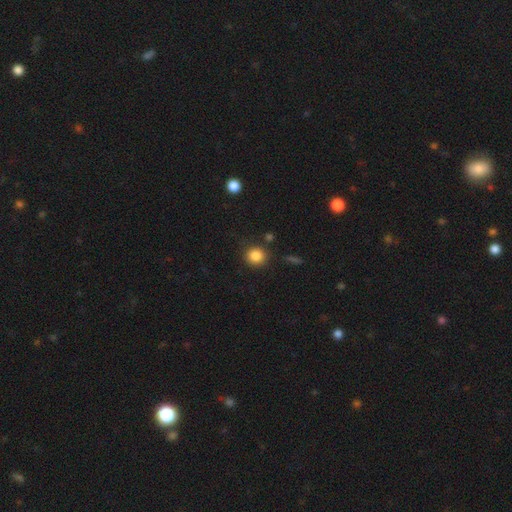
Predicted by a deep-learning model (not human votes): Smooth or featured?
  - smooth: 85% *
  - star or artifact: 10%
  - featured or disk: 4%
How rounded?
  - round: 85% *
  - in between: 14%
  - cigar-shaped: 1%
Merging?
  - none: 85% *
  - minor disturbance: 9%
  - merger: 3%
  - major disturbance: 3%